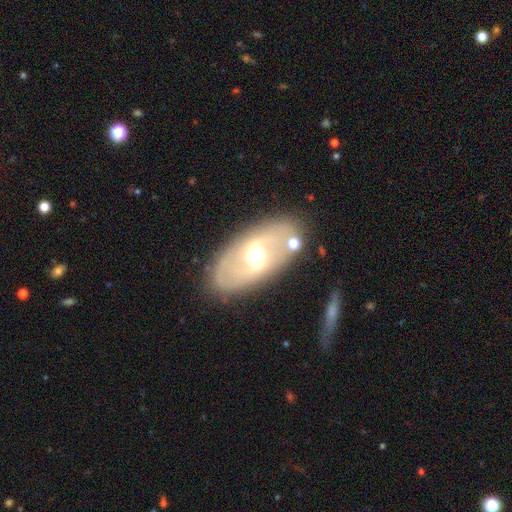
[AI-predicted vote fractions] Smooth or featured? featured or disk (68%)
Edge-on disk? no (89%)
Bar? weak (44%)
Spiral arms? yes (54%)
Bulge size? moderate (70%)
Merging? none (79%)